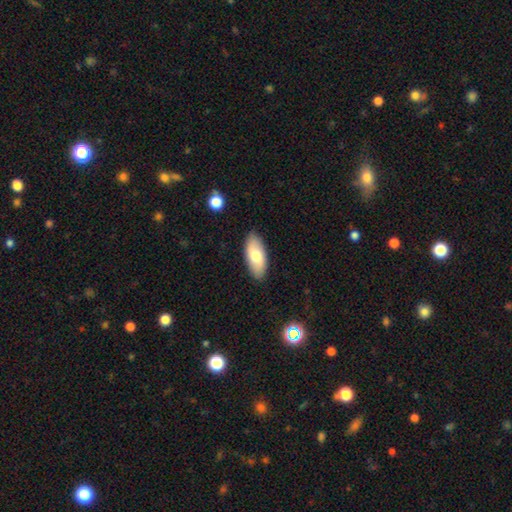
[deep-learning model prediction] Smooth or featured: smooth — 72% (featured or disk — 22%)
How rounded: in between — 90% (cigar-shaped — 8%)
Merging: none — 86% (minor disturbance — 10%)